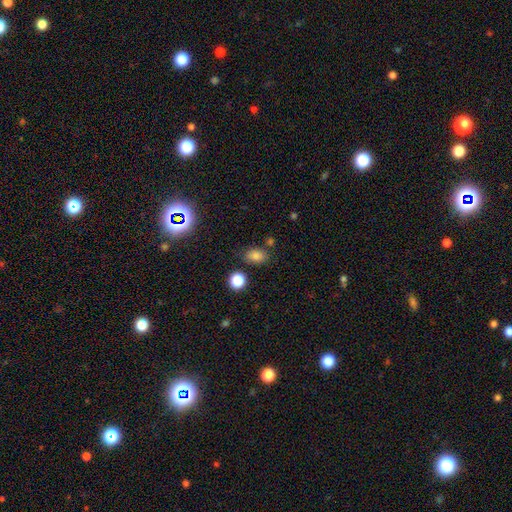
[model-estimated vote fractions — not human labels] This appears to be a smooth galaxy with no disk features (79%) that is in between round and cigar-shaped (79%). Merging: none (75%).